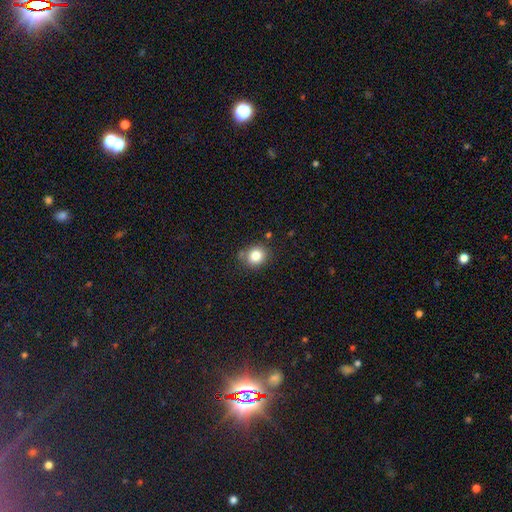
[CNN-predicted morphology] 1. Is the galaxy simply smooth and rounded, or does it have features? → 82% smooth, 11% star or artifact, 7% featured or disk.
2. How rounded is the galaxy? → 77% round, 22% in between, 1% cigar-shaped.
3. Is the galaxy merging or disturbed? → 78% none, 14% minor disturbance, 6% merger, 3% major disturbance.